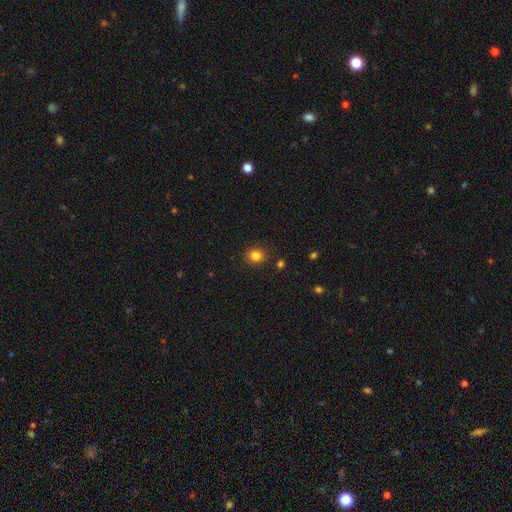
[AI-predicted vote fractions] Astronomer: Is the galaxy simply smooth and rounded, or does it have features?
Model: smooth — 83%.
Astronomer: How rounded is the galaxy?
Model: round — 79%.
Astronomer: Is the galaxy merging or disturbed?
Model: none — 88%.